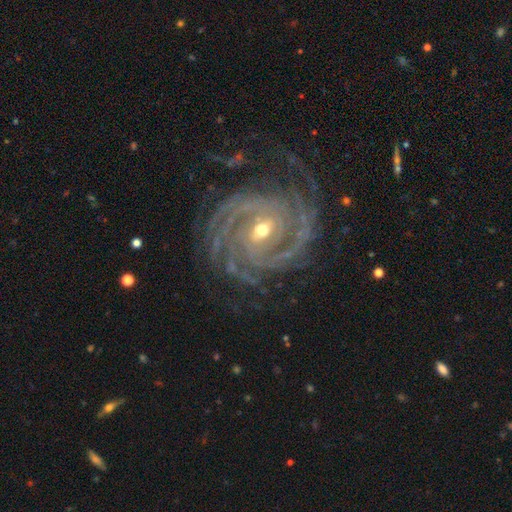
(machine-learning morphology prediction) Overall: featured or disk (92%). Edge-on disk: no (97%). Bar: weak (37%; no 35%). Spiral arms: yes (99%). Spiral arm count: 2 (30%; 3 24%). Spiral winding: tight (71%). Bulge size: small (53%; moderate 44%). Merging: none (74%).